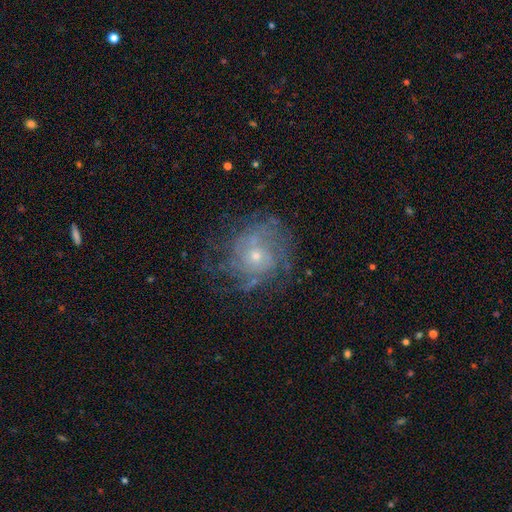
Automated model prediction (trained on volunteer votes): smooth_or_featured: featured or disk (p=0.76) [alt: smooth p=0.14]
disk_edge_on: no (p=0.97) [alt: yes p=0.03]
bar: no (p=0.80) [alt: weak p=0.17]
has_spiral_arms: yes (p=0.85) [alt: no p=0.15]
spiral_winding: tight (p=0.56) [alt: medium p=0.32]
spiral_arm_count: can't tell (p=0.47) [alt: 2 p=0.14]
bulge_size: small (p=0.60) [alt: moderate p=0.36]
merging: none (p=0.67) [alt: minor disturbance p=0.18]